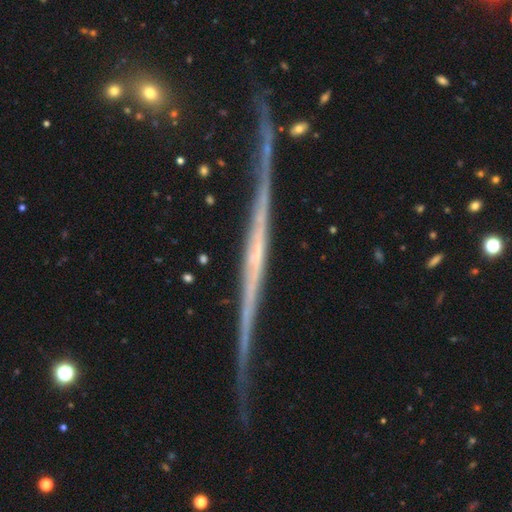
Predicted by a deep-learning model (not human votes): smooth_or_featured: featured or disk (p=0.83) [alt: smooth p=0.09]
disk_edge_on: yes (p=0.97) [alt: no p=0.03]
edge_on_bulge: none (p=0.68) [alt: rounded p=0.22]
merging: none (p=0.82) [alt: minor disturbance p=0.12]